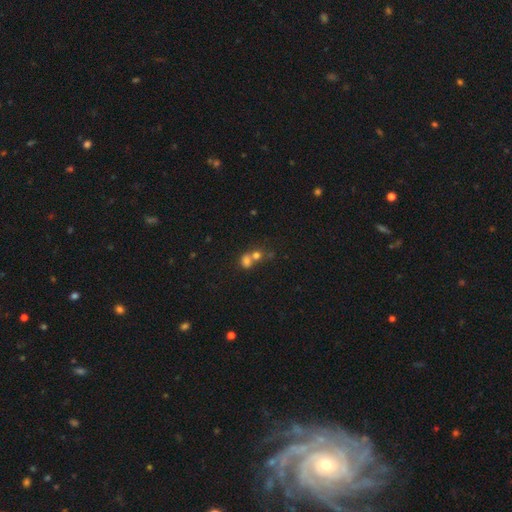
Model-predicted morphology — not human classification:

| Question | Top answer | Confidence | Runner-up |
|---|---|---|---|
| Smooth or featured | smooth | 71% | star or artifact (15%) |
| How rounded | round | 69% | in between (30%) |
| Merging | merger | 64% | none (27%) |